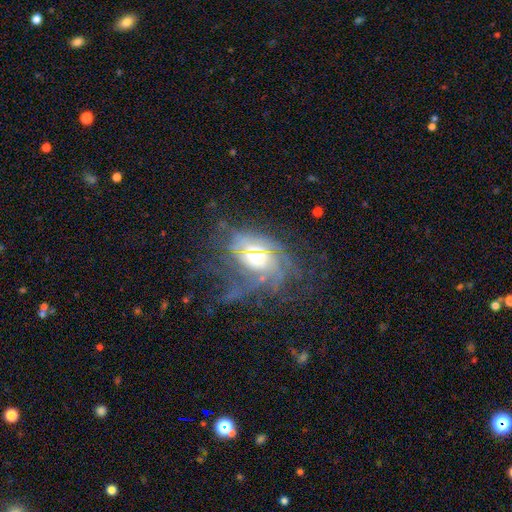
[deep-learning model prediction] featured or disk 71%, smooth 15%, star or artifact 14%. Down the decision tree: edge-on disk — no (94%); bar — no (68%); spiral arms — yes (76%); spiral arm count — can't tell (45%); spiral winding — tight (44%); bulge size — moderate (59%); merging — none (49%).